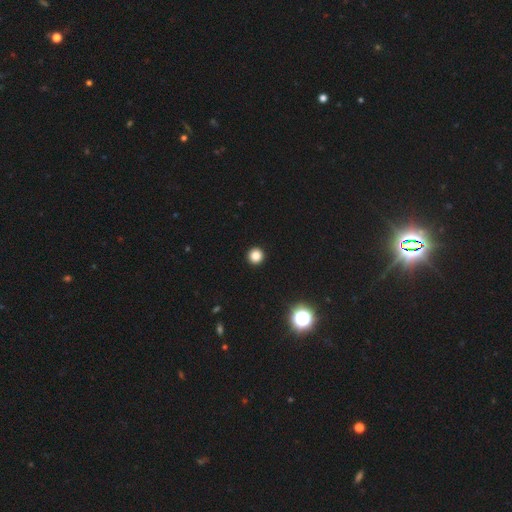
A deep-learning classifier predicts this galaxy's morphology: This is clearly a smooth galaxy (83%). How rounded: clearly round (96%). Merging: clearly none (94%).